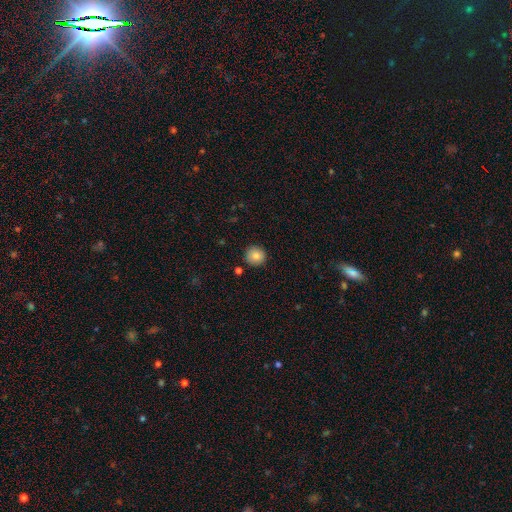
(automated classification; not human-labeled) smooth 86%, star or artifact 9%, featured or disk 6%. Down the decision tree: how rounded — round (94%); merging — none (89%).